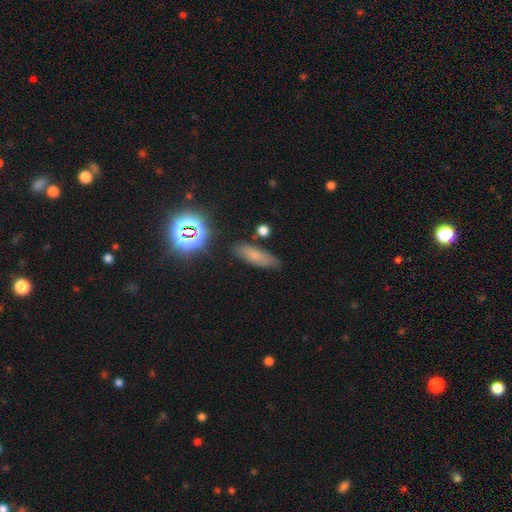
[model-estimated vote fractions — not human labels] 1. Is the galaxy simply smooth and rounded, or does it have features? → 71% smooth, 16% star or artifact, 13% featured or disk.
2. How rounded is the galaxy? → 56% in between, 40% cigar-shaped, 4% round.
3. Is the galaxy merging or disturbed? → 78% none, 14% minor disturbance, 4% merger, 4% major disturbance.